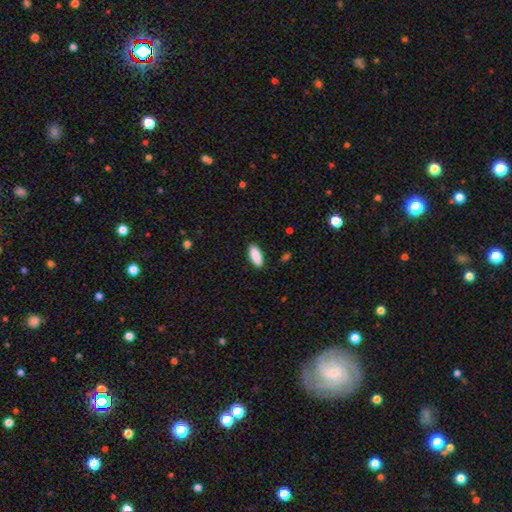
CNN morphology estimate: The model was most divided on "how rounded": in between: 81%, cigar-shaped: 18%, round: 2%. More confident: smooth or featured — smooth (90%); merging — none (89%).